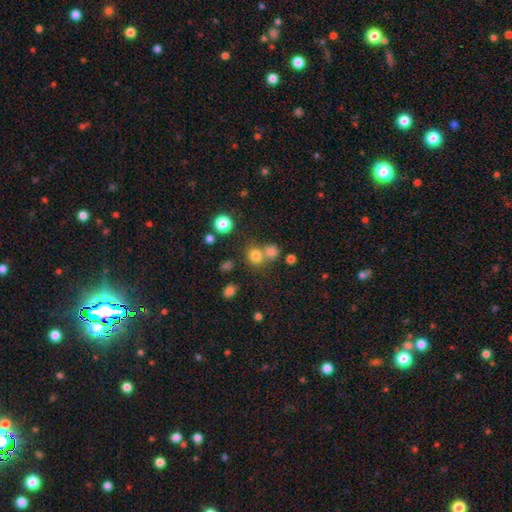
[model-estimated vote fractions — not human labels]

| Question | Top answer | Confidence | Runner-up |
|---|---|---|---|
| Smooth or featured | smooth | 76% | star or artifact (17%) |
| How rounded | round | 80% | in between (19%) |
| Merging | none | 59% | merger (29%) |